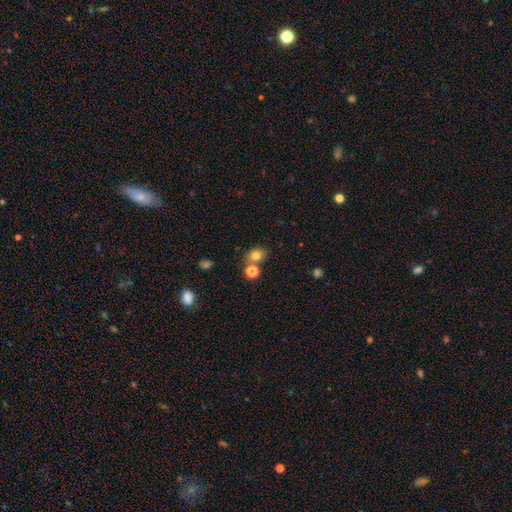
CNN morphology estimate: type=smooth (78%); roundness=round (58%); merging=none (64%).